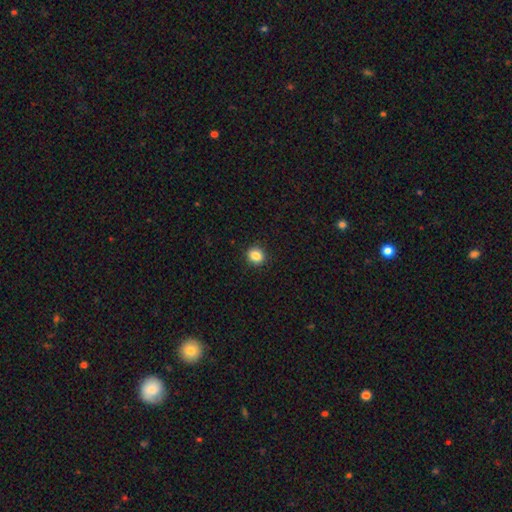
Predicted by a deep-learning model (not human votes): Overall: smooth (85%). How rounded: round (73%). Merging: none (91%).